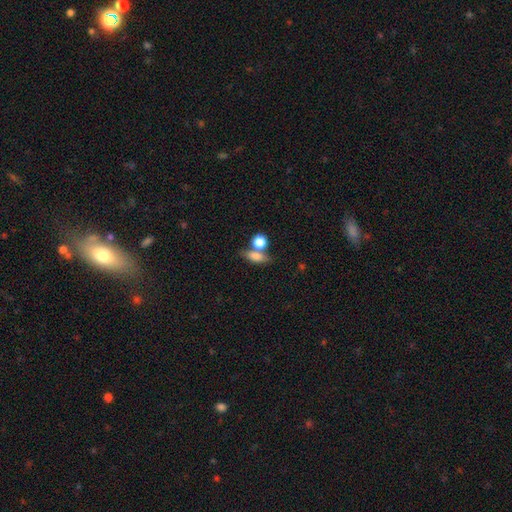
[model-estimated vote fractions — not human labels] The model was most divided on "merging": none: 50%, merger: 33%, minor disturbance: 12%, major disturbance: 6%. More confident: smooth or featured — smooth (76%); how rounded — in between (59%).